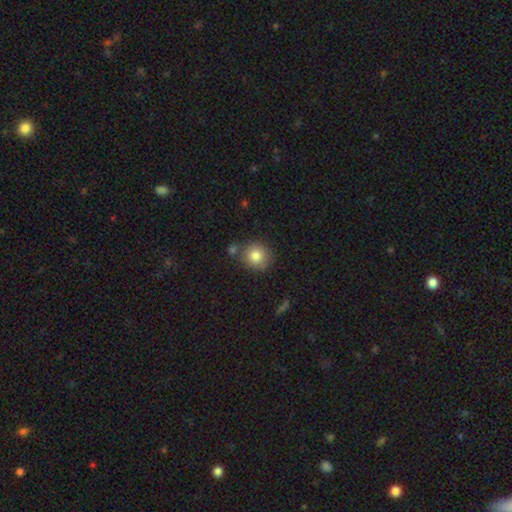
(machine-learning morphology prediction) type=smooth (82%); roundness=round (85%); merging=none (74%).